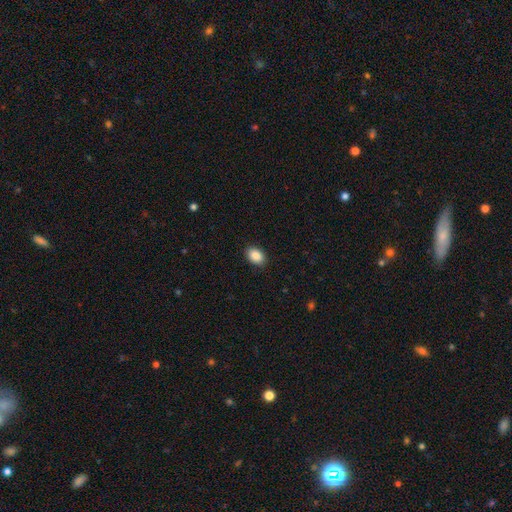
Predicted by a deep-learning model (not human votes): The model was most divided on "how rounded": in between: 81%, round: 18%, cigar-shaped: 1%. More confident: merging — none (89%); smooth or featured — smooth (89%).